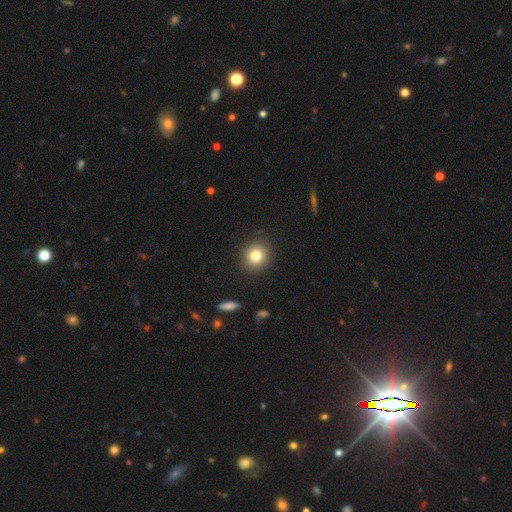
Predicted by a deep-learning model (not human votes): Smooth or featured? smooth (81%)
How rounded? round (86%)
Merging? none (90%)